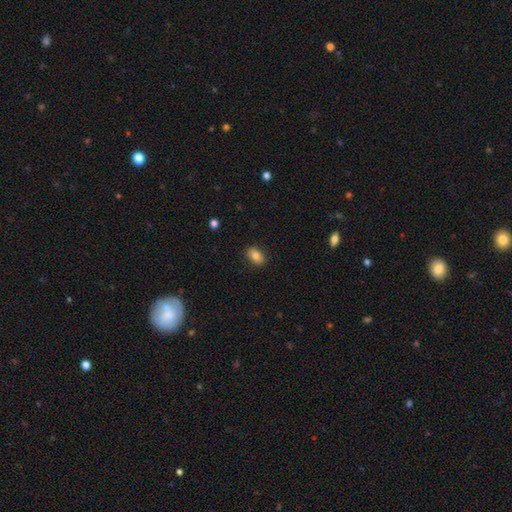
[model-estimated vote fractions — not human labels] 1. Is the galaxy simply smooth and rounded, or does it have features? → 81% smooth, 10% featured or disk, 9% star or artifact.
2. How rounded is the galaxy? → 84% in between, 14% round, 2% cigar-shaped.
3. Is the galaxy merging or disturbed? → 87% none, 10% minor disturbance, 2% major disturbance, 1% merger.